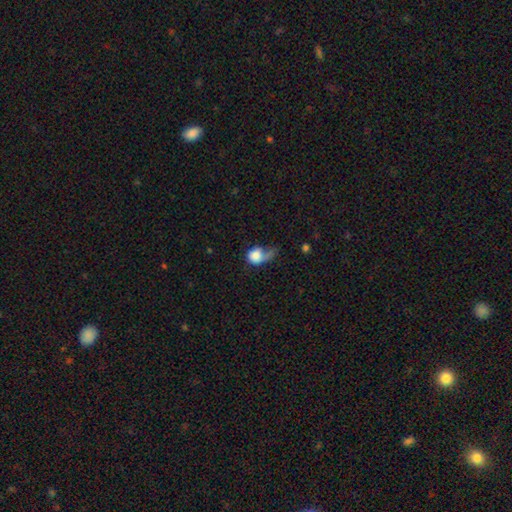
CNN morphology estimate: smooth 72%, featured or disk 21%, star or artifact 8%. Down the decision tree: how rounded — round (54%); merging — major disturbance (50%).